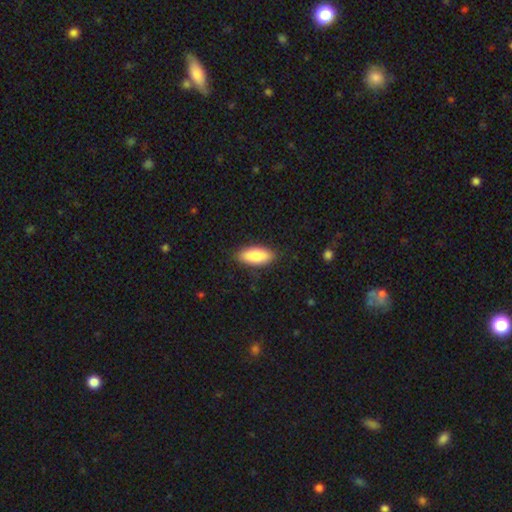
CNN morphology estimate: type=smooth (85%); roundness=in between (81%); merging=none (87%).